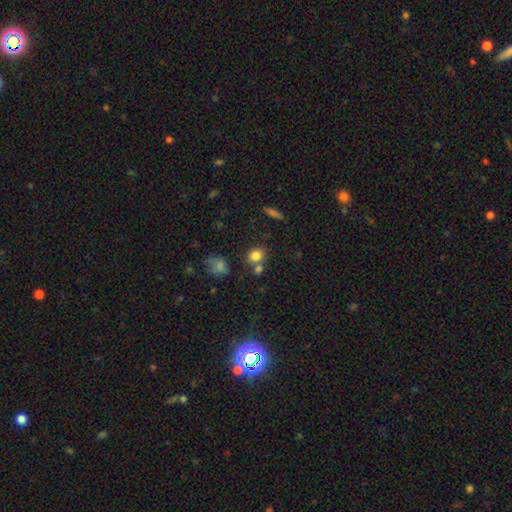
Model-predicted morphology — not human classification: Overall: smooth (81%). How rounded: round (63%; in between 36%). Merging: none (60%; merger 24%).